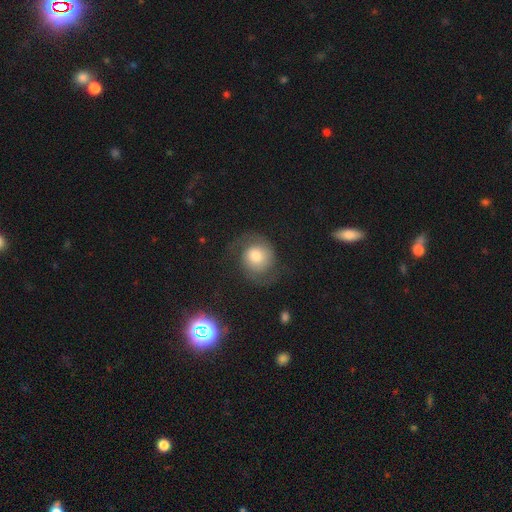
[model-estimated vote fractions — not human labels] smooth_or_featured: featured or disk (p=0.64) [alt: smooth p=0.27]
disk_edge_on: no (p=0.98) [alt: yes p=0.02]
bar: no (p=0.74) [alt: weak p=0.21]
has_spiral_arms: yes (p=0.93) [alt: no p=0.07]
spiral_winding: medium (p=0.47) [alt: loose p=0.31]
spiral_arm_count: 2 (p=0.90) [alt: can't tell p=0.03]
bulge_size: moderate (p=0.54) [alt: large p=0.22]
merging: none (p=0.70) [alt: minor disturbance p=0.15]